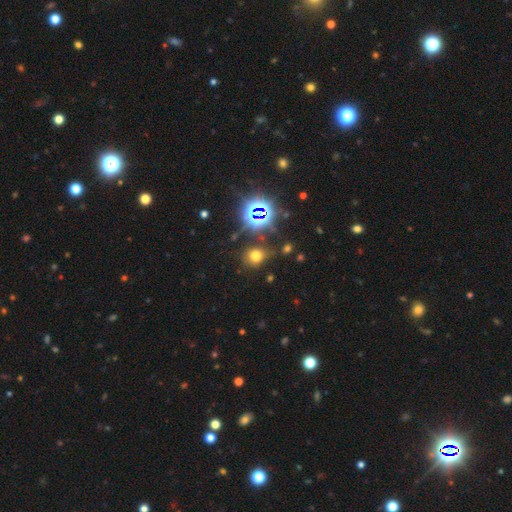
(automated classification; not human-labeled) A smooth galaxy with no disk features (59%) that is round (68%).

Vote fractions:
- Smooth or featured? smooth: 59% / star or artifact: 32% / featured or disk: 9%
- How rounded? round: 68% / in between: 31% / cigar-shaped: 1%
- Merging? none: 75% / minor disturbance: 14% / major disturbance: 6% / merger: 5%